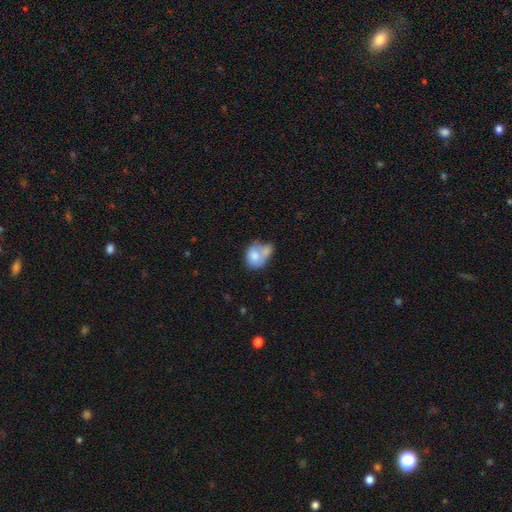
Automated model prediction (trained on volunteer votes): Overall: smooth (74%). How rounded: in between (52%; round 47%). Merging: merger (54%; none 21%).